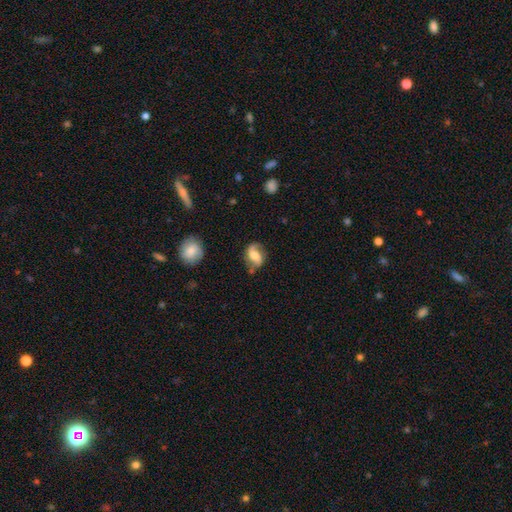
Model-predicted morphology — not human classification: This appears to be a featured or disk galaxy (64%) with a weak bar (43%), 2 (86%) loose (52%) spiral arms (90%) and a moderate central bulge (50%). Merging: none (69%).